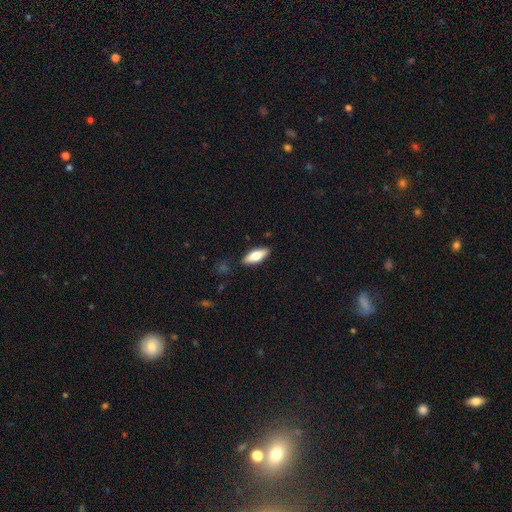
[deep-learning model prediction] A smooth galaxy with no disk features (67%) that is in between round and cigar-shaped (68%). Merging: none (87%).